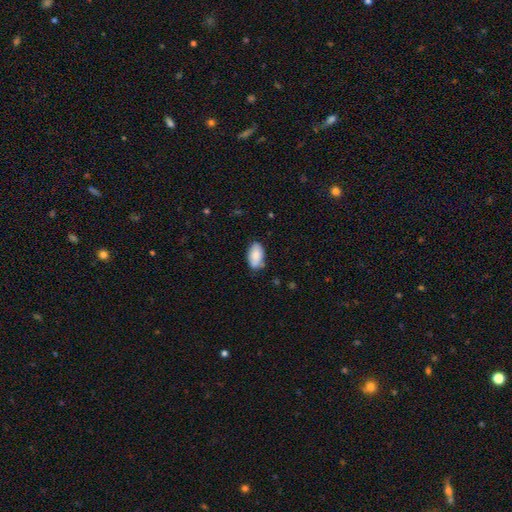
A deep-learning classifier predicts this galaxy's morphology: A smooth galaxy with no disk features (84%) that is in between round and cigar-shaped (94%). Merging: none (74%).